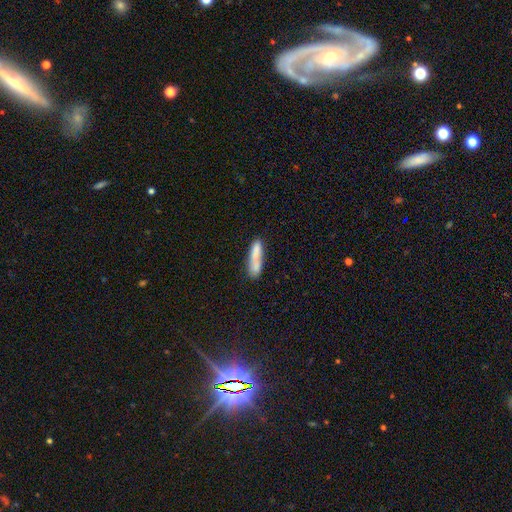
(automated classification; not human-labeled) Q: Smooth or featured?
A: smooth (75%); runner-up: featured or disk (17%)
Q: How rounded?
A: cigar-shaped (79%); runner-up: in between (19%)
Q: Merging?
A: none (57%); runner-up: merger (20%)